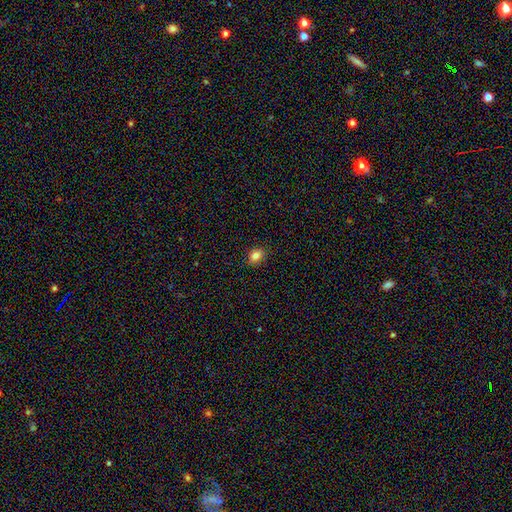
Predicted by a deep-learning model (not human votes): Morphology: type=smooth (83%); roundness=in between (65%); merging=none (88%).